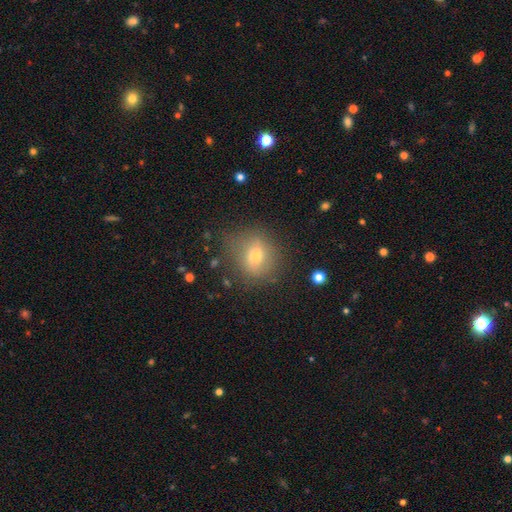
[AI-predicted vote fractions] Smooth or featured: smooth — 63% (featured or disk — 24%)
How rounded: round — 73% (in between — 25%)
Merging: none — 70% (minor disturbance — 20%)